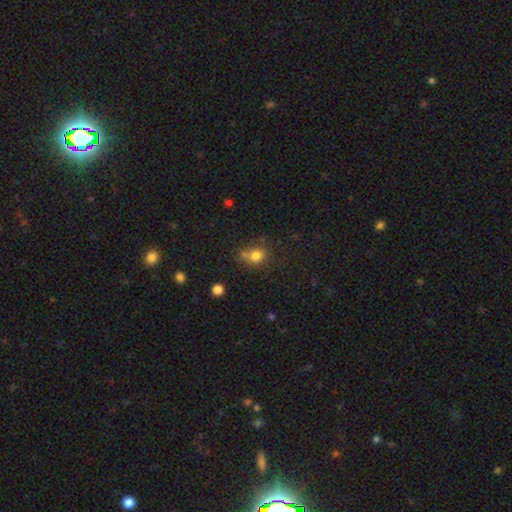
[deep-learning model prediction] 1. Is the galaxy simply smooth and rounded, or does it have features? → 78% smooth, 13% star or artifact, 9% featured or disk.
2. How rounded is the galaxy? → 64% round, 35% in between, 1% cigar-shaped.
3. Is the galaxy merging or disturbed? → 56% none, 19% merger, 18% minor disturbance, 7% major disturbance.